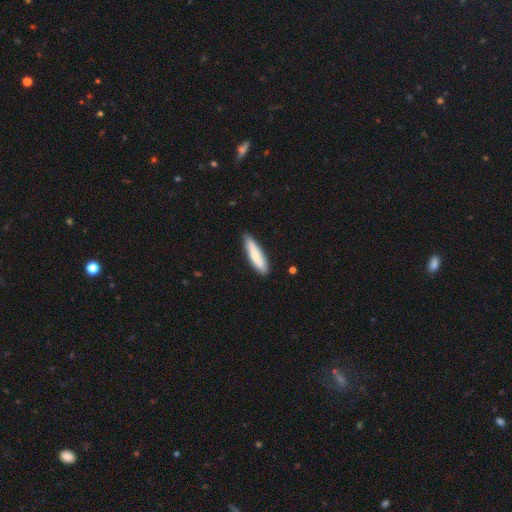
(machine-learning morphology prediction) smooth 73%, featured or disk 21%, star or artifact 5%. Down the decision tree: how rounded — cigar-shaped (72%); merging — none (83%).